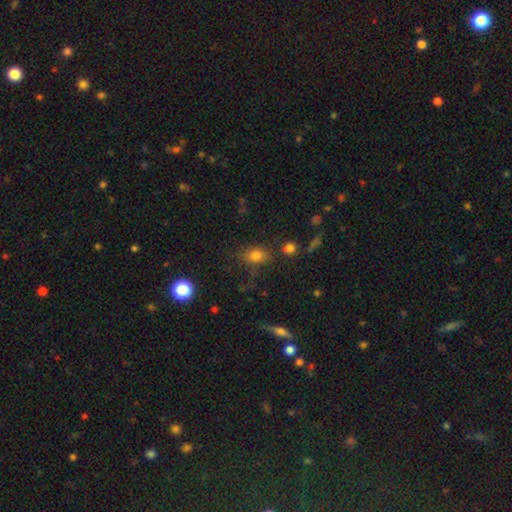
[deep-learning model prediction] The model was most divided on "how rounded": in between: 62%, round: 36%, cigar-shaped: 2%. More confident: smooth or featured — smooth (78%); merging — none (68%).